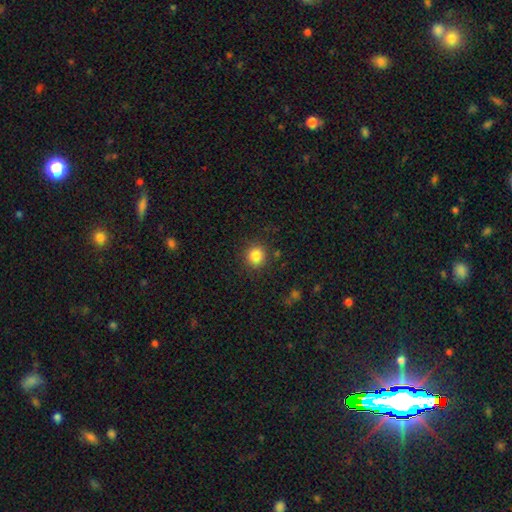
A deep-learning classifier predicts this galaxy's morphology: Smooth or featured? Predicted: smooth (p=0.84). How rounded? Predicted: round (p=0.89). Merging? Predicted: none (p=0.87).